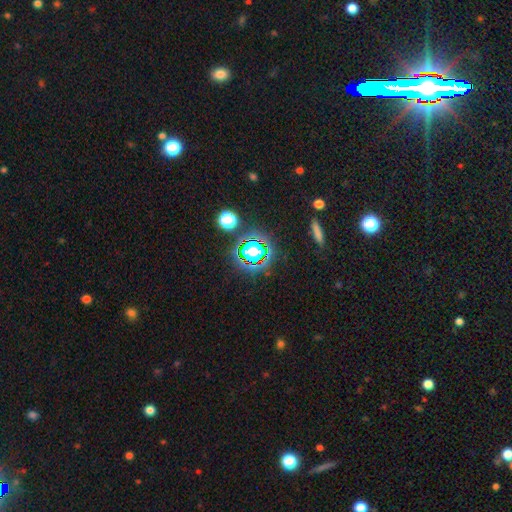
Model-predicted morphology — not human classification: This is possibly a star or artifact rather than a galaxy (56%).